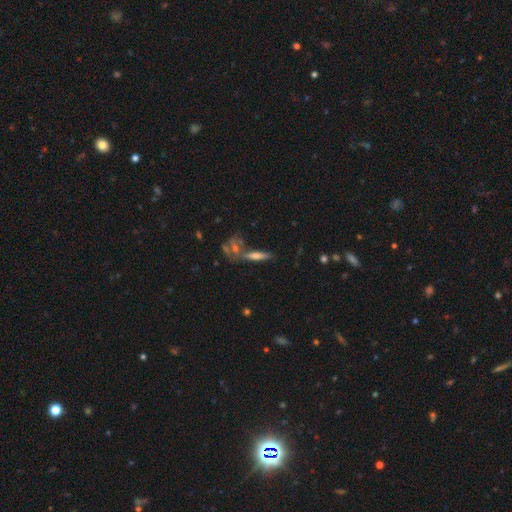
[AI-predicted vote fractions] smooth_or_featured: smooth (p=0.49) [alt: featured or disk p=0.41]
merging: none (p=0.61) [alt: merger p=0.21]